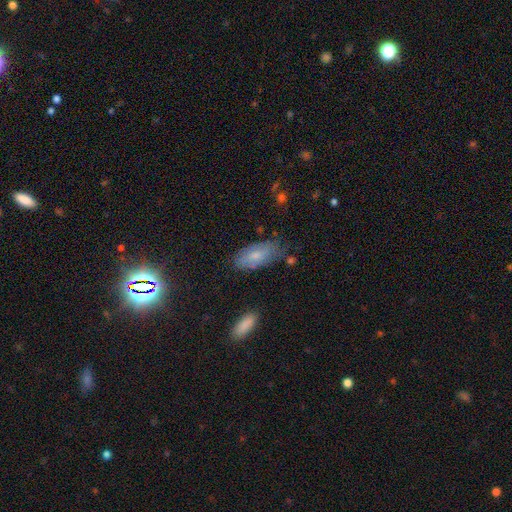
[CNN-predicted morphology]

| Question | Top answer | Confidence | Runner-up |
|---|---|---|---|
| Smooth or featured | smooth | 68% | featured or disk (24%) |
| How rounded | in between | 88% | cigar-shaped (9%) |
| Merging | none | 71% | minor disturbance (22%) |